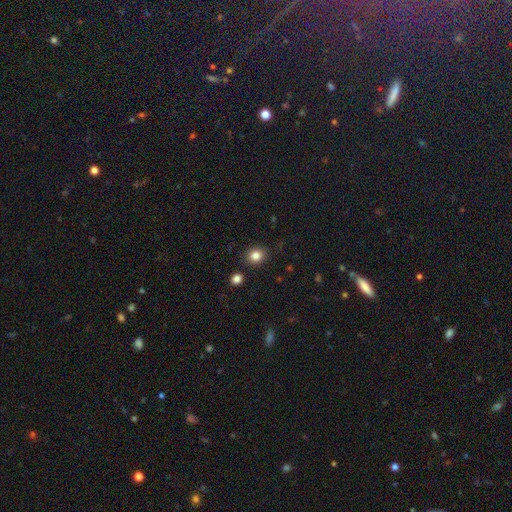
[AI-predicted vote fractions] smooth_or_featured: smooth (p=0.83) [alt: star or artifact p=0.11]
how_rounded: round (p=0.76) [alt: in between p=0.23]
merging: none (p=0.87) [alt: minor disturbance p=0.08]